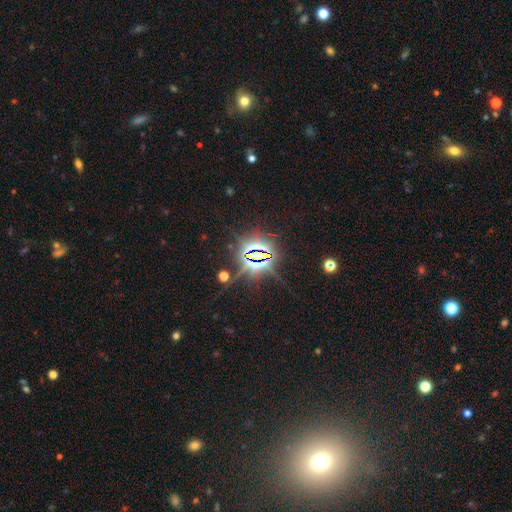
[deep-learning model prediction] Morphology: type=star or artifact (85%).